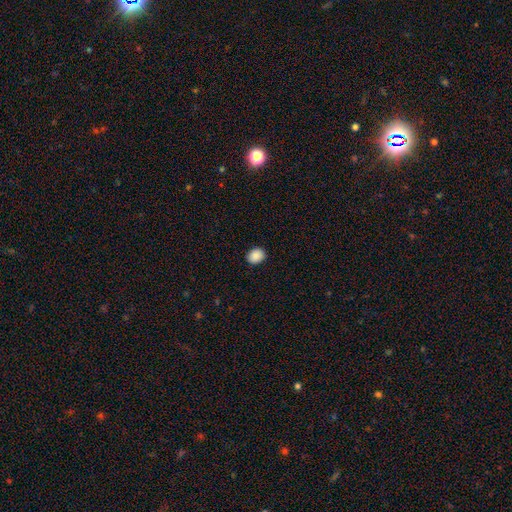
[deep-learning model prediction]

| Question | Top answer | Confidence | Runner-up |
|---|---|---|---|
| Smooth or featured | smooth | 89% | star or artifact (8%) |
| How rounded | round | 53% | in between (47%) |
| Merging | none | 90% | minor disturbance (7%) |